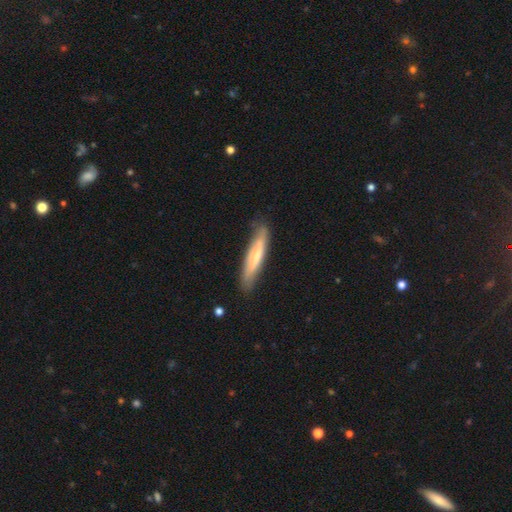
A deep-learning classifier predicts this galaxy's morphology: type=smooth (51%); roundness=cigar-shaped (85%); merging=none (78%).